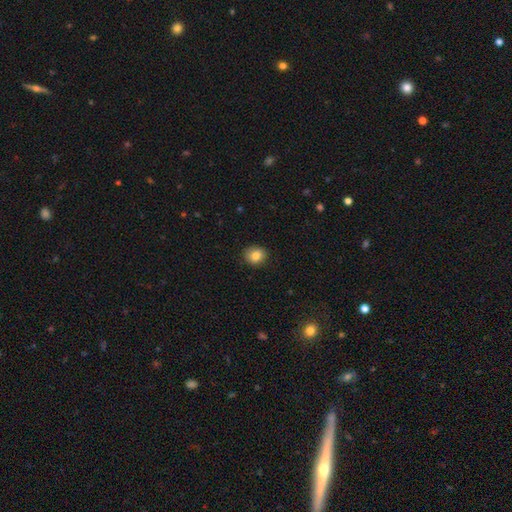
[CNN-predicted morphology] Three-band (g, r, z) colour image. It shows a smooth galaxy with no disk features (84%) that is round (74%). Merging: none (89%).